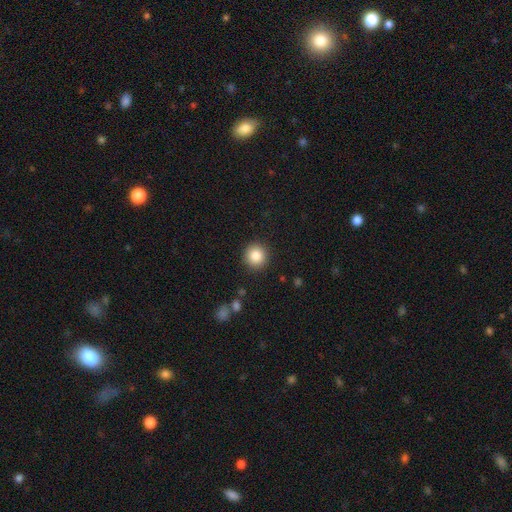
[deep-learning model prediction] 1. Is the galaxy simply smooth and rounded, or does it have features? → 86% smooth, 9% star or artifact, 5% featured or disk.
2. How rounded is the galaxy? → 94% round, 5% in between, 1% cigar-shaped.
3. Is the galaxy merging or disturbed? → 91% none, 6% minor disturbance, 2% major disturbance, 1% merger.